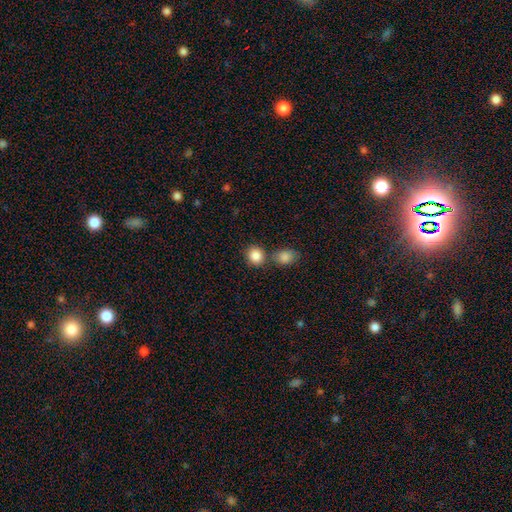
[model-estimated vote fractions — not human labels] Overall: smooth (87%). How rounded: round (76%). Merging: none (65%).